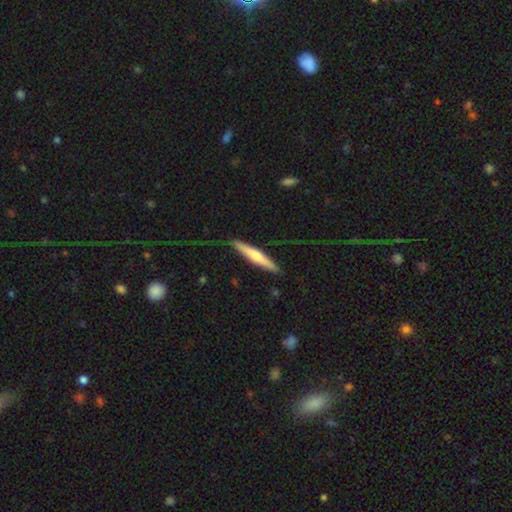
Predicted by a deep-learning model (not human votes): smooth-or-featured: smooth: 49% | featured or disk: 46% | star or artifact: 5%
  merging: none: 86% | minor disturbance: 11% | major disturbance: 2% | merger: 1%